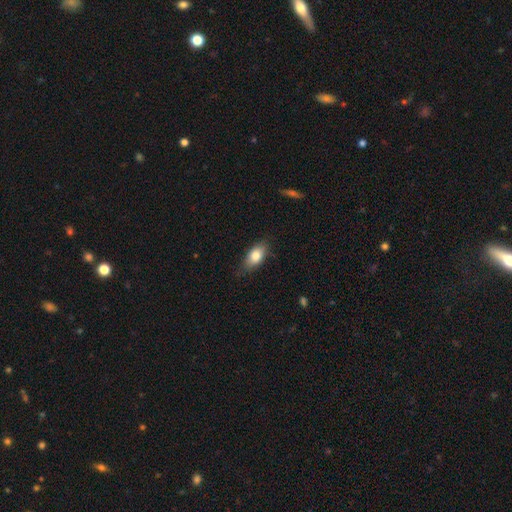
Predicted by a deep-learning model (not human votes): Morphology: type=smooth (79%); roundness=in between (86%); merging=none (76%).